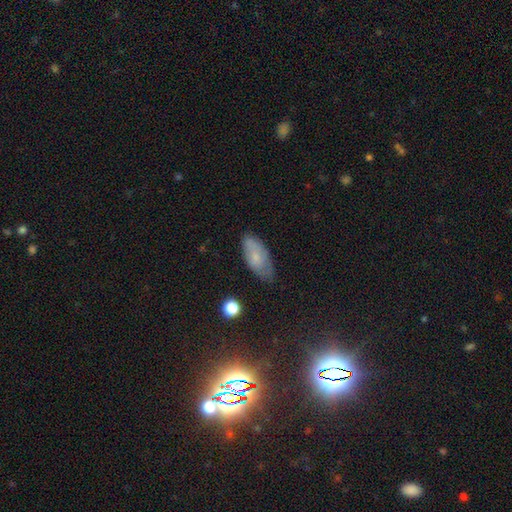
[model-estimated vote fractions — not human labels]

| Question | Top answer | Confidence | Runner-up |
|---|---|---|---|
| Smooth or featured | smooth | 65% | featured or disk (26%) |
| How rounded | in between | 88% | cigar-shaped (9%) |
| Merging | none | 69% | minor disturbance (24%) |